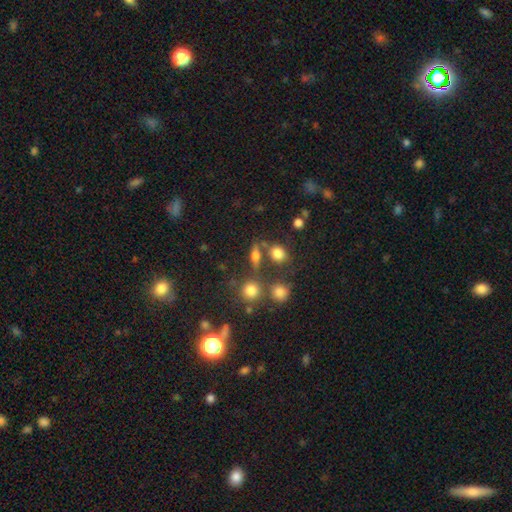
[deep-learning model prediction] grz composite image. It shows a smooth galaxy with no disk features (62%) that is in between round and cigar-shaped (48%). Merging: none (68%).